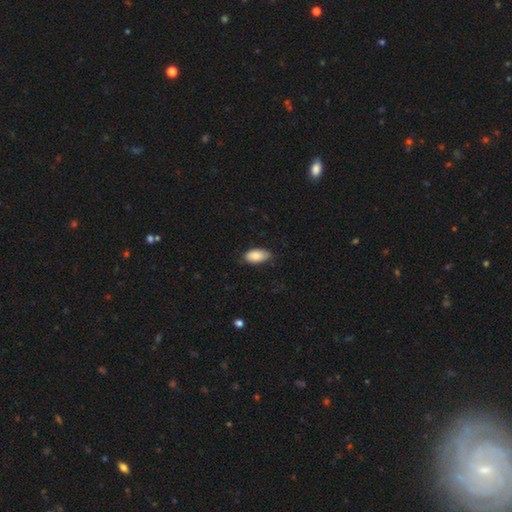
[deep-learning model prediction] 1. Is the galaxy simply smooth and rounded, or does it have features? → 85% smooth, 8% featured or disk, 6% star or artifact.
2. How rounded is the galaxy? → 94% in between, 3% cigar-shaped, 3% round.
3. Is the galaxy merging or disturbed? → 75% none, 21% minor disturbance, 3% major disturbance, 1% merger.